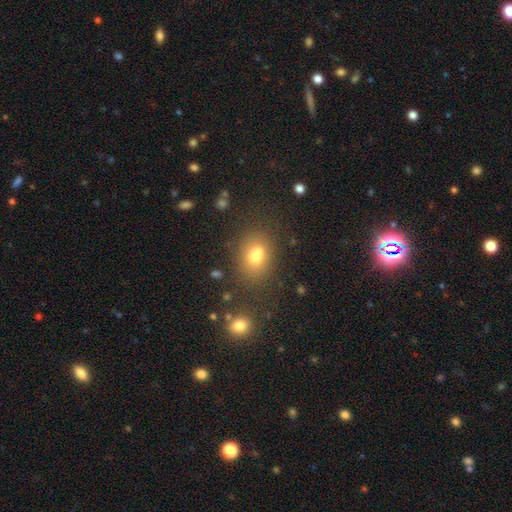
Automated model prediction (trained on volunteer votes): smooth_or_featured: smooth (p=0.72) [alt: featured or disk p=0.14]
how_rounded: in between (p=0.62) [alt: round p=0.37]
merging: none (p=0.57) [alt: merger p=0.24]